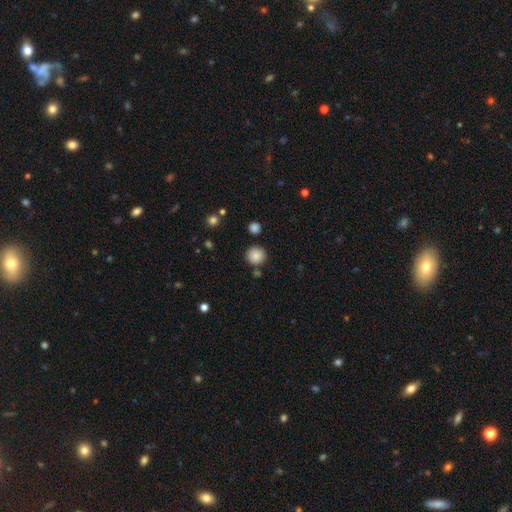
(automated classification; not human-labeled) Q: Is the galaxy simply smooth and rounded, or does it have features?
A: smooth — 86%.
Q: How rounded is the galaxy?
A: round — 94%.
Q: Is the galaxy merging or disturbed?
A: none — 85%.